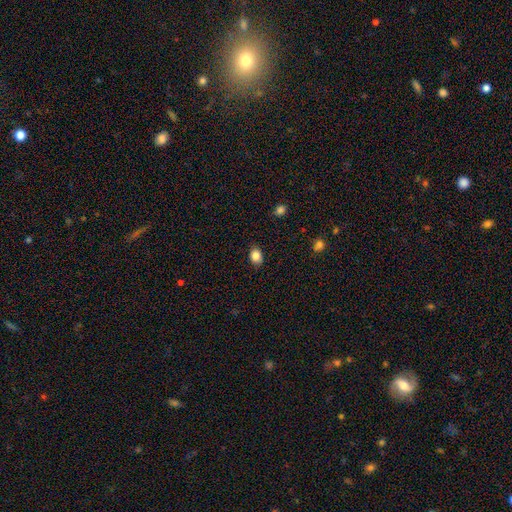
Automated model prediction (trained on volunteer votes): A smooth galaxy with no disk features (85%) that is in between round and cigar-shaped (68%). Merging: none (85%).